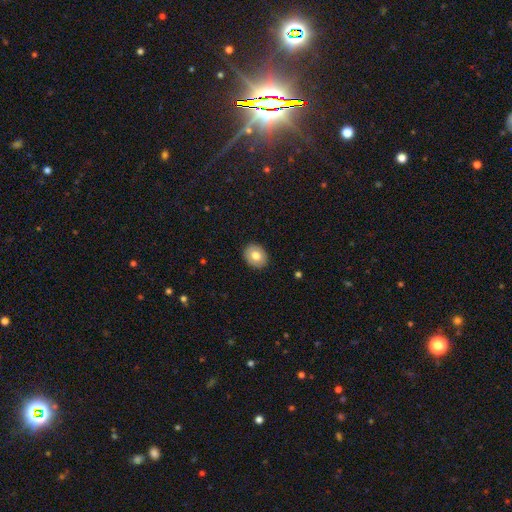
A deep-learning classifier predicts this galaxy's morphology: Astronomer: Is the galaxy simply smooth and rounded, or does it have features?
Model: smooth — 76%.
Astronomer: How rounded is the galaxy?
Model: round — 56% (runner-up: in between, 43%).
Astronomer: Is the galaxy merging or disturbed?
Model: none — 91%.